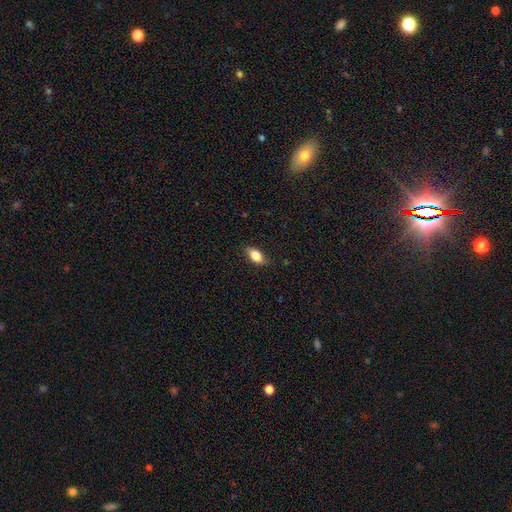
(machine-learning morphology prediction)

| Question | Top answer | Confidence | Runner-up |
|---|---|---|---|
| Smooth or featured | smooth | 85% | featured or disk (8%) |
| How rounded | in between | 89% | round (6%) |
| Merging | none | 84% | minor disturbance (13%) |